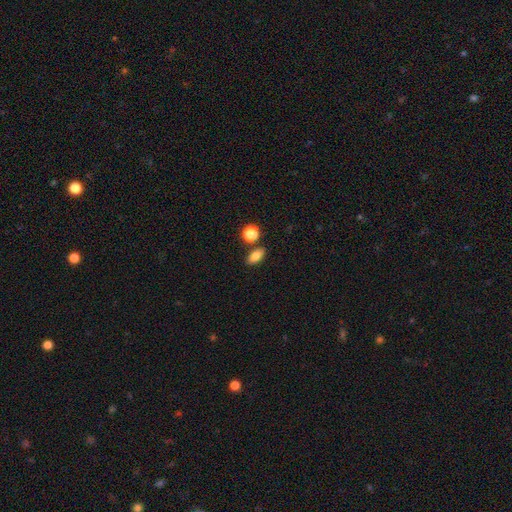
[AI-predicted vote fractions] Overall: smooth (82%). How rounded: in between (81%). Merging: none (79%).